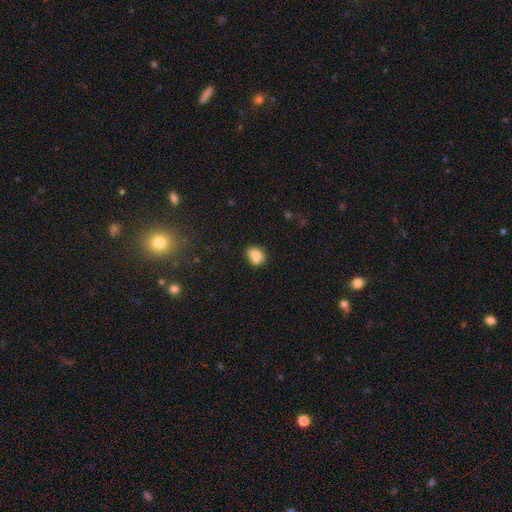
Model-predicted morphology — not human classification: smooth-or-featured: smooth: 76% | featured or disk: 13% | star or artifact: 10%
  how-rounded: in between: 51% | round: 48% | cigar-shaped: 1%
  merging: none: 46% | merger: 31% | minor disturbance: 18% | major disturbance: 6%